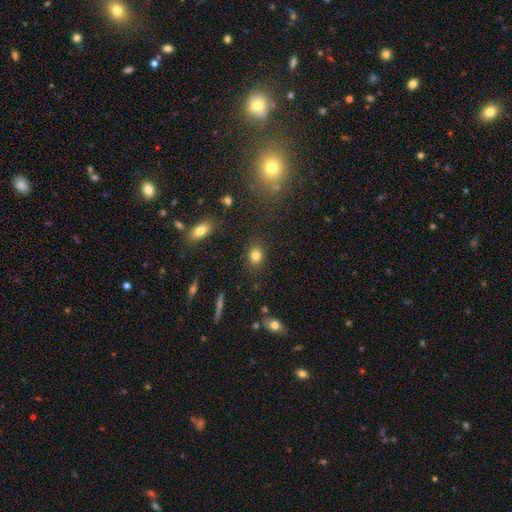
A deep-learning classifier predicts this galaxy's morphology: Smooth or featured? smooth (81%)
How rounded? round (56%)
Merging? none (86%)